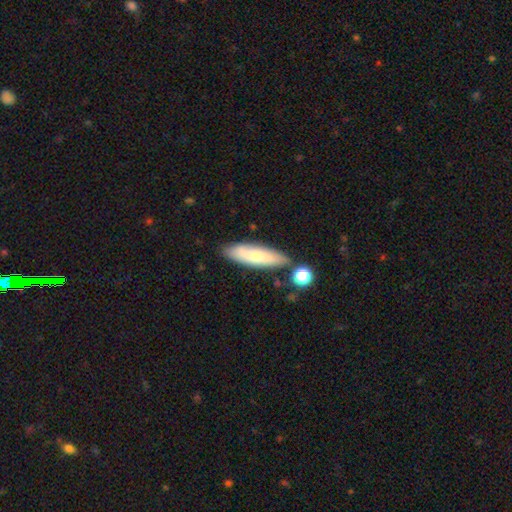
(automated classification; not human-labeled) Smooth or featured? smooth (65%)
How rounded? cigar-shaped (62%)
Merging? none (75%)